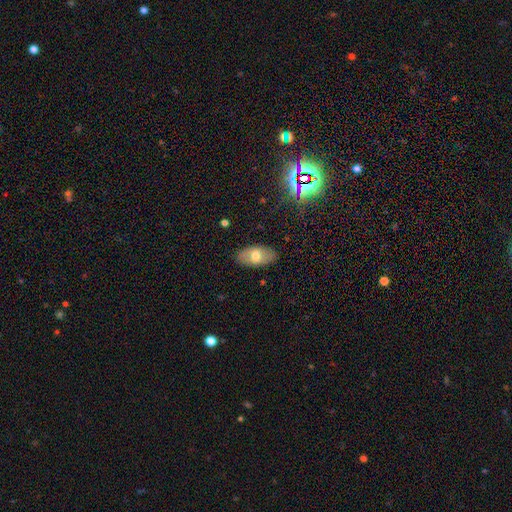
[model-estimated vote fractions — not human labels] Smooth or featured? Predicted: smooth (p=0.63). How rounded? Predicted: in between (p=0.93). Merging? Predicted: none (p=0.86).